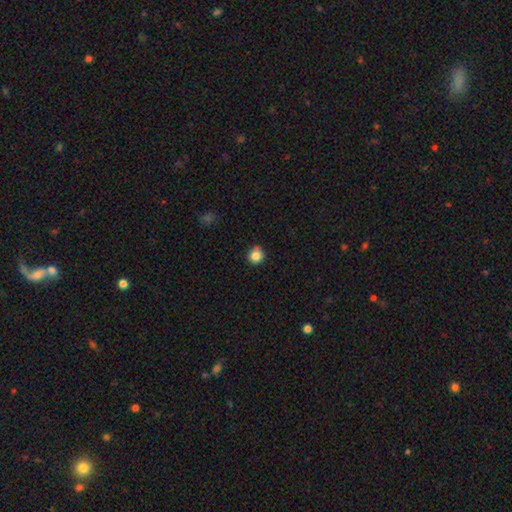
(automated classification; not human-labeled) Smooth or featured? smooth (84%)
How rounded? round (92%)
Merging? none (83%)